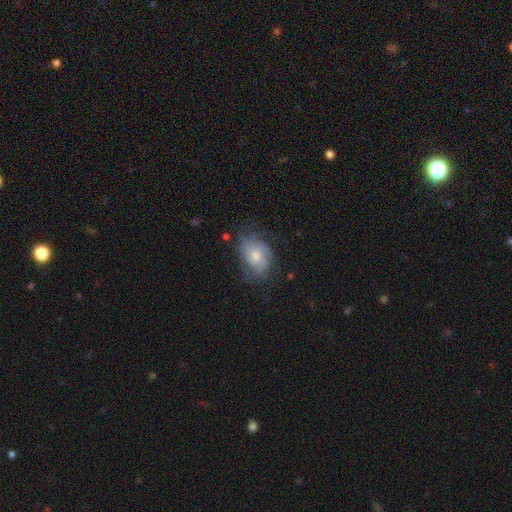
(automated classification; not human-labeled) Q: Smooth or featured?
A: featured or disk (47%); runner-up: smooth (44%)
Q: Merging?
A: none (58%); runner-up: minor disturbance (27%)